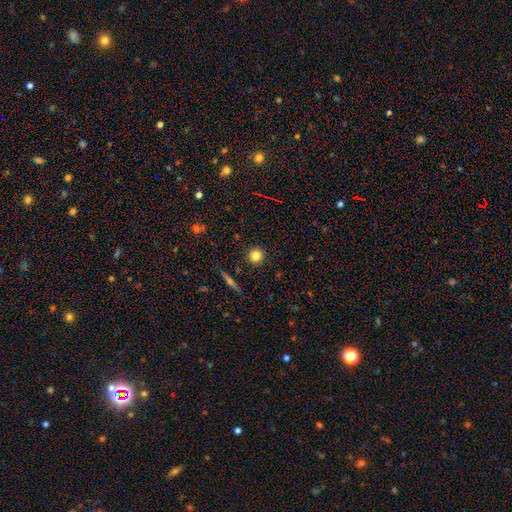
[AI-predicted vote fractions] The model was most divided on "smooth or featured": smooth: 79%, star or artifact: 12%, featured or disk: 9%. More confident: how rounded — round (94%); merging — none (91%).